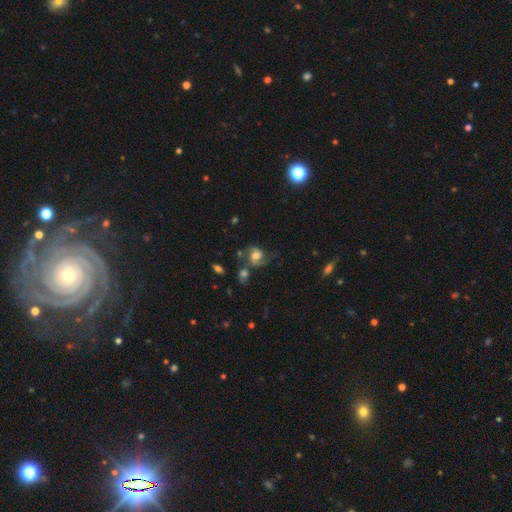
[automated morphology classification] A featured or disk galaxy (65%) with no bar (61%), 2 (77%) medium (46%) spiral arms (91%) and a moderate central bulge (49%).

Vote fractions:
- Smooth or featured? featured or disk: 65% / smooth: 25% / star or artifact: 10%
- Edge-on disk? no: 97% / yes: 3%
- Bar? no: 61% / weak: 32% / strong: 7%
- Spiral arms? yes: 91% / no: 9%
- Spiral winding? medium: 46% / loose: 37% / tight: 17%
- Spiral arm count? 2: 77% / 1: 13% / can't tell: 6% / 3: 2% / 4: 1% / more than 4: 1%
- Bulge size? moderate: 49% / large: 31% / small: 12% / none: 4% / dominant: 4%
- Merging? none: 47% / minor disturbance: 20% / major disturbance: 19% / merger: 14%